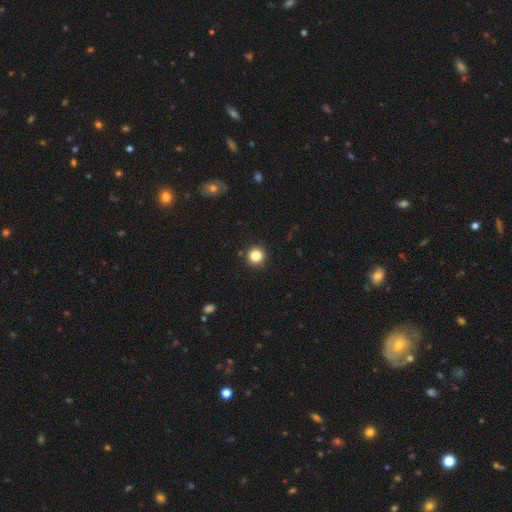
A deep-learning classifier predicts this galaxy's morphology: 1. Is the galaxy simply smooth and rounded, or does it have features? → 84% smooth, 12% star or artifact, 4% featured or disk.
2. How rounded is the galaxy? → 95% round, 4% in between, 1% cigar-shaped.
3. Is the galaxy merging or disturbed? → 91% none, 6% minor disturbance, 2% major disturbance, 1% merger.